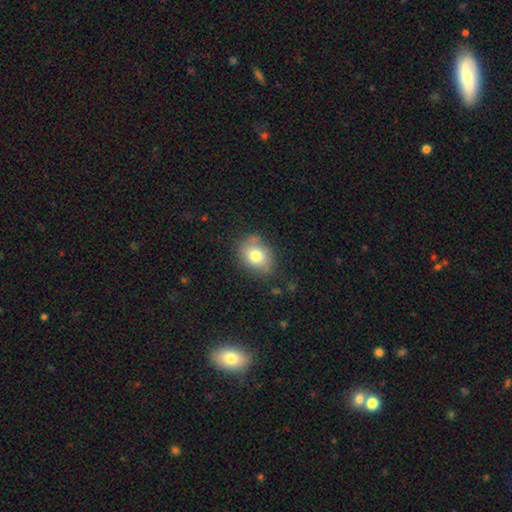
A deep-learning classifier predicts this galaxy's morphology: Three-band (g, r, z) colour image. It shows a smooth galaxy with no disk features (76%) that is in between round and cigar-shaped (58%). Merging: none (72%).